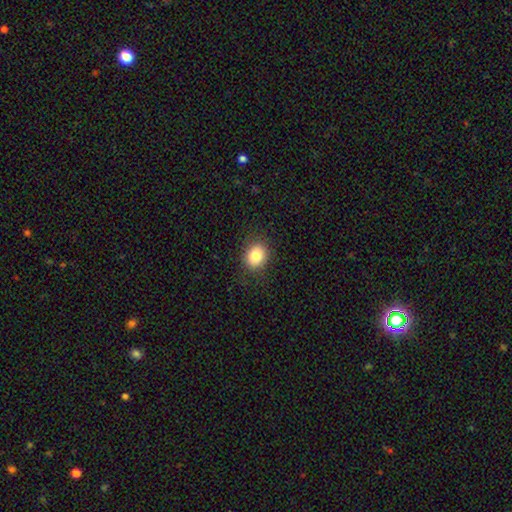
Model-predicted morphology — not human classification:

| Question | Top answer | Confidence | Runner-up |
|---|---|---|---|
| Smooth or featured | smooth | 83% | star or artifact (10%) |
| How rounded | round | 61% | in between (39%) |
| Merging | none | 87% | minor disturbance (9%) |